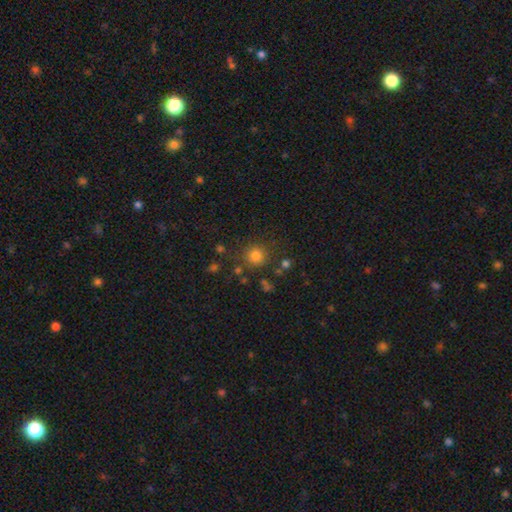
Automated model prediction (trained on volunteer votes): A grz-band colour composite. It shows a smooth galaxy with no disk features (80%) that is round (92%). Merging: none (81%).